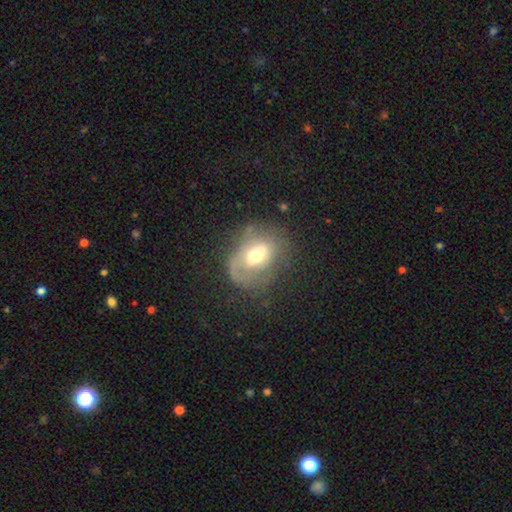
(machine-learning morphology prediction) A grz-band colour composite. It shows a featured or disk galaxy (46%). Merging: none (48%).